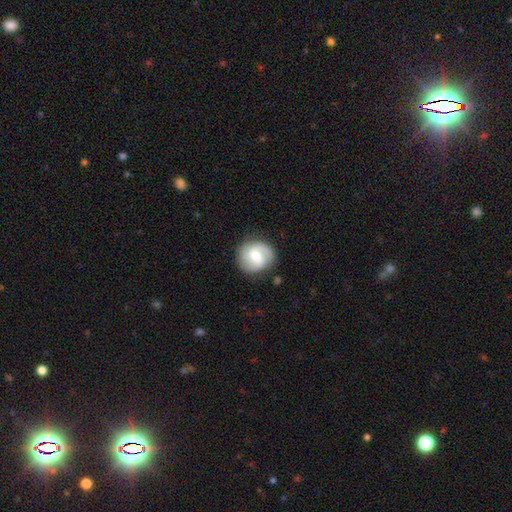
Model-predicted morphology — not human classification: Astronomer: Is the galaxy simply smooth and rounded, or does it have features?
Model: featured or disk — 69%.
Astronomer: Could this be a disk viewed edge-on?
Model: no — 98%.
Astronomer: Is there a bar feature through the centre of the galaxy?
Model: weak — 50% (runner-up: no, 38%).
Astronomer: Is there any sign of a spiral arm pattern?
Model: yes — 93%.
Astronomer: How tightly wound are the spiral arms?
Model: medium — 45% (runner-up: tight, 32%).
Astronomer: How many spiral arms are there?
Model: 2 — 69%.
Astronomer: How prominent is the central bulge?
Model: moderate — 64%.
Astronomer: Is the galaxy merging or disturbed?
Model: none — 83%.